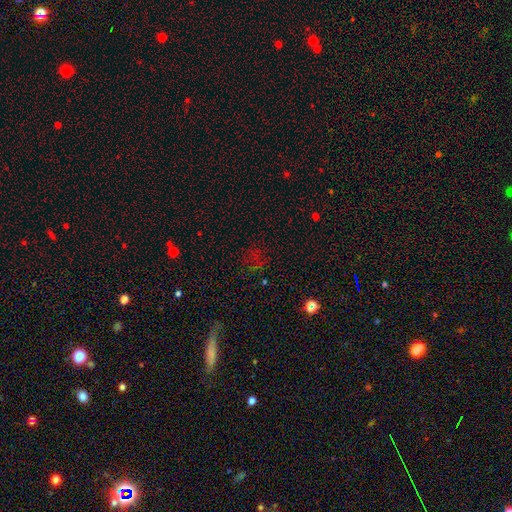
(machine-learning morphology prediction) type=star or artifact (57%).